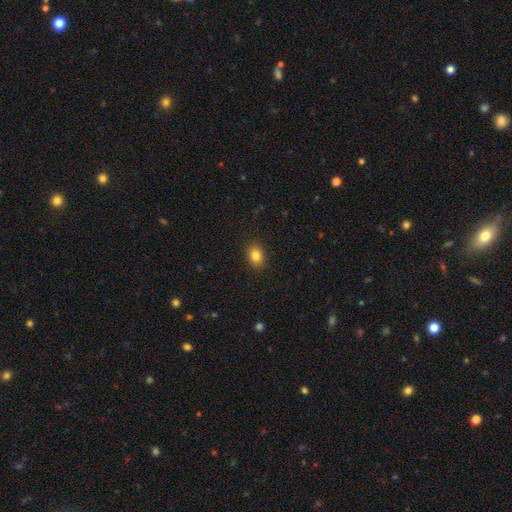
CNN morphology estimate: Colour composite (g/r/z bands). It shows a smooth galaxy with no disk features (84%) that is in between round and cigar-shaped (65%). Merging: none (89%).